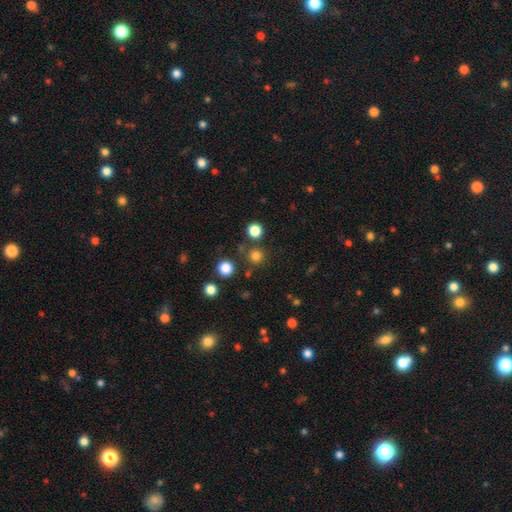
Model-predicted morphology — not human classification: This is likely a smooth galaxy (78%). How rounded: clearly round (94%). Merging: clearly none (82%).